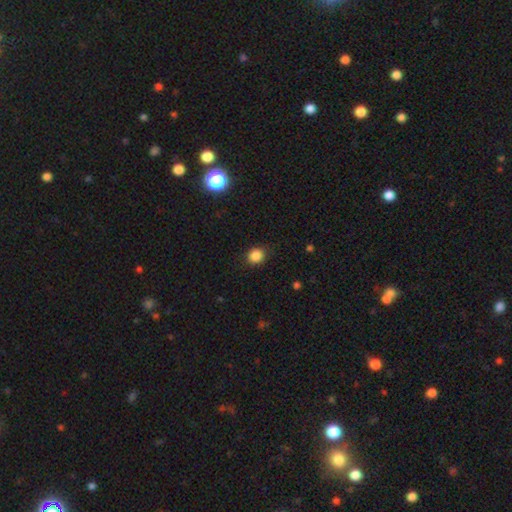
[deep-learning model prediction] This appears to be a smooth galaxy with no disk features (86%) that is round (76%). Merging: none (85%).